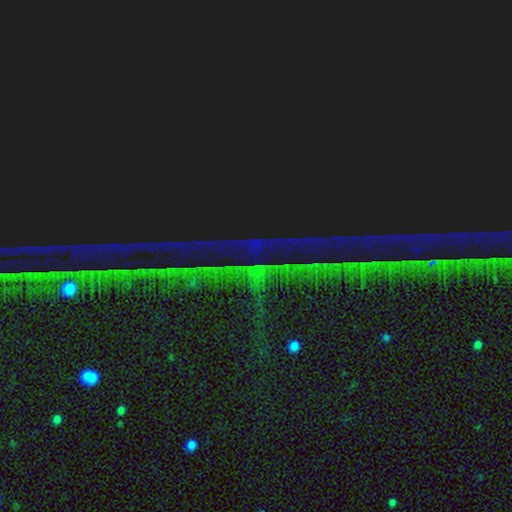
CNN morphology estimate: type=star or artifact (87%).